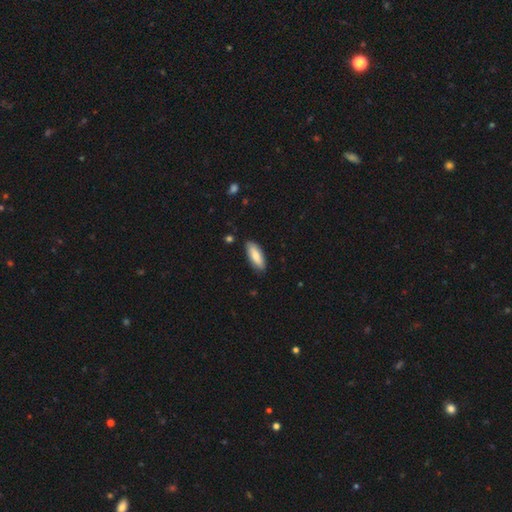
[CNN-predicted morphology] Smooth or featured? Predicted: smooth (p=0.74). How rounded? Predicted: in between (p=0.72). Merging? Predicted: none (p=0.84).